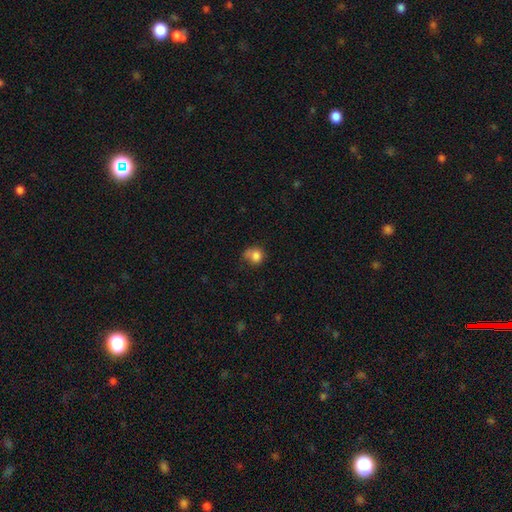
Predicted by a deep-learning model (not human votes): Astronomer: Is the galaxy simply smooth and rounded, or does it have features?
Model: smooth — 81%.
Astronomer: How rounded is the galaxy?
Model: round — 74%.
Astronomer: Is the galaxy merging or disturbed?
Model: none — 47% (runner-up: minor disturbance, 31%).